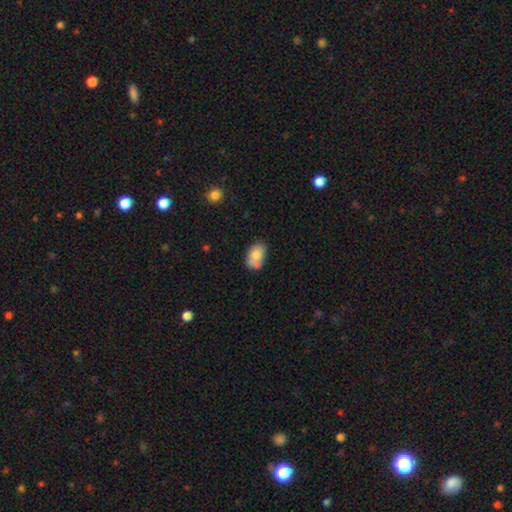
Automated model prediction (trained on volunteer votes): Q: Smooth or featured?
A: smooth (77%); runner-up: featured or disk (16%)
Q: How rounded?
A: in between (85%); runner-up: round (14%)
Q: Merging?
A: none (53%); runner-up: minor disturbance (23%)